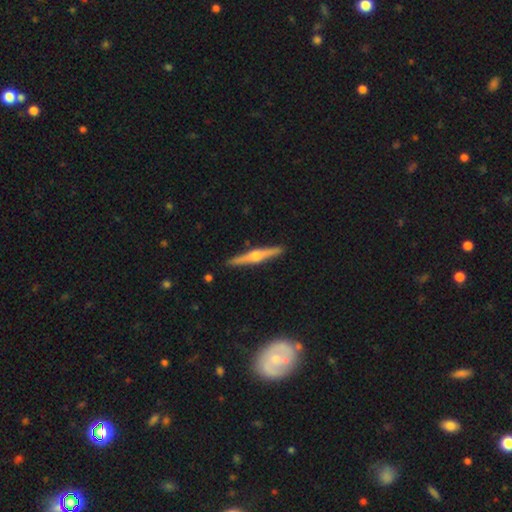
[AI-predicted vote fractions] Smooth or featured?
  - featured or disk: 75% *
  - smooth: 20%
  - star or artifact: 5%
Edge-on disk?
  - yes: 98% *
  - no: 2%
Edge-on bulge?
  - rounded: 93% *
  - boxy: 4%
  - none: 3%
Merging?
  - none: 92% *
  - minor disturbance: 6%
  - merger: 1%
  - major disturbance: 1%